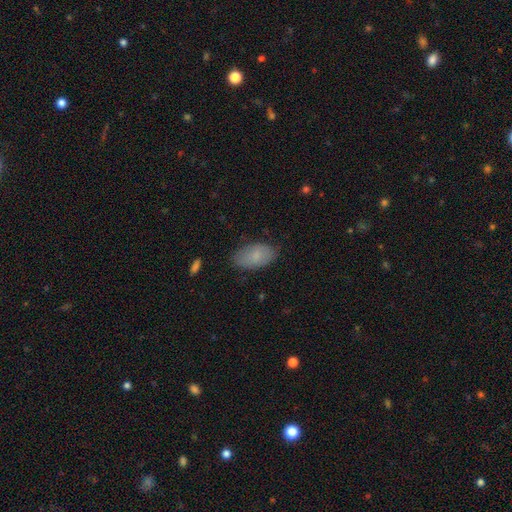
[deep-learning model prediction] This appears to be a smooth galaxy with no disk features (79%) that is in between round and cigar-shaped (93%). Merging: none (79%).